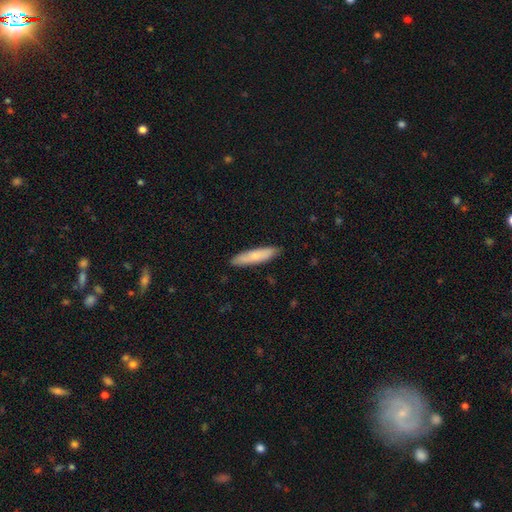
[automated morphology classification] type=smooth (76%); roundness=cigar-shaped (83%); merging=none (88%).